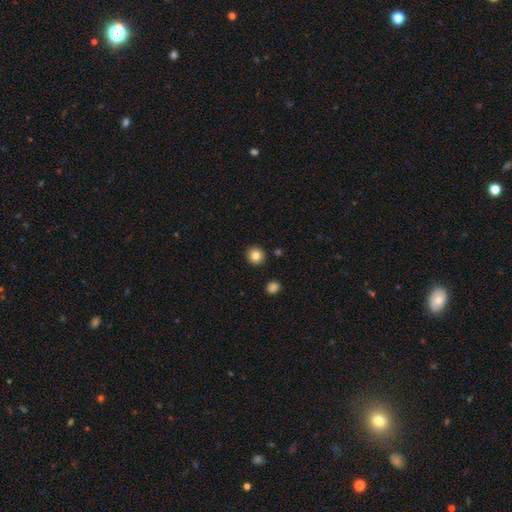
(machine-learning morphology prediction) Overall: smooth (83%). How rounded: round (91%). Merging: none (91%).